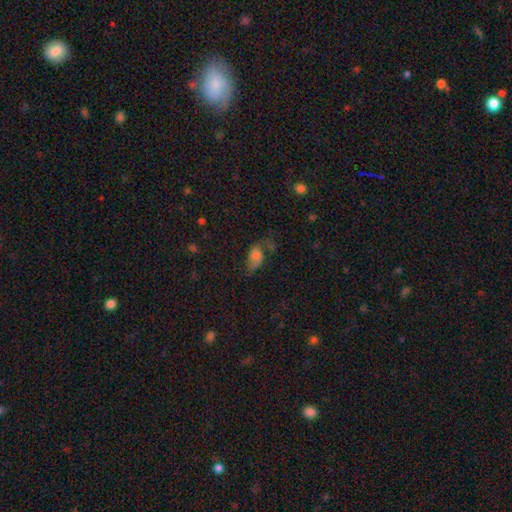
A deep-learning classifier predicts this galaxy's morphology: Smooth or featured? Predicted: smooth (p=0.57). How rounded? Predicted: in between (p=0.86). Merging? Predicted: none (p=0.34).